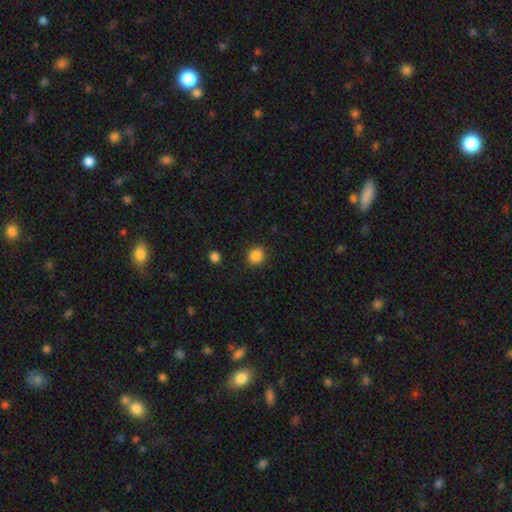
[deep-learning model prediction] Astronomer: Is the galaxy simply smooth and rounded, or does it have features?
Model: smooth — 86%.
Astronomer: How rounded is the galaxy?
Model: round — 90%.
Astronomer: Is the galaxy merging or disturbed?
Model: none — 89%.